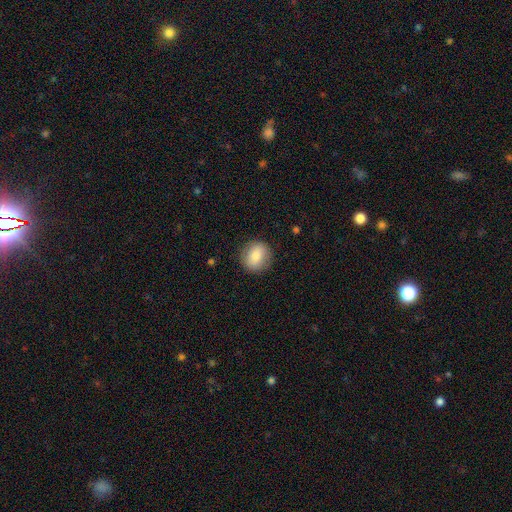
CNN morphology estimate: A smooth galaxy with no disk features (82%) that is round (80%). Merging: none (87%).